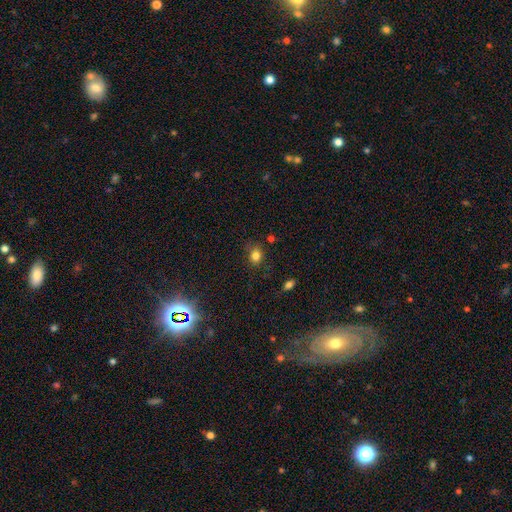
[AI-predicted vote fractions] Smooth or featured? Predicted: smooth (p=0.81). How rounded? Predicted: round (p=0.52). Merging? Predicted: none (p=0.75).